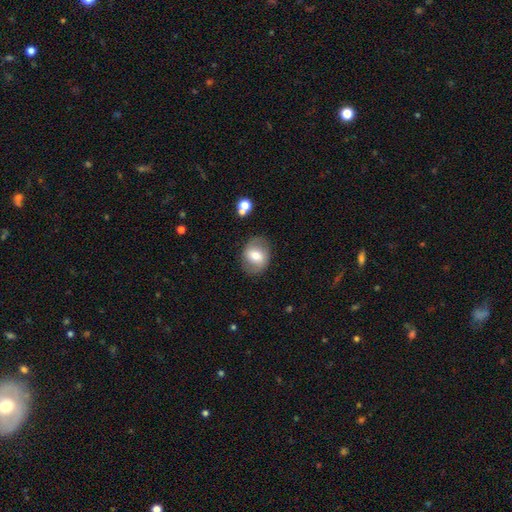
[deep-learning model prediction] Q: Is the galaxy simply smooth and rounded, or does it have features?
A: smooth — 59%.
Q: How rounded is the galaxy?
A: in between — 53%.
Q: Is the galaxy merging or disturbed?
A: none — 82%.